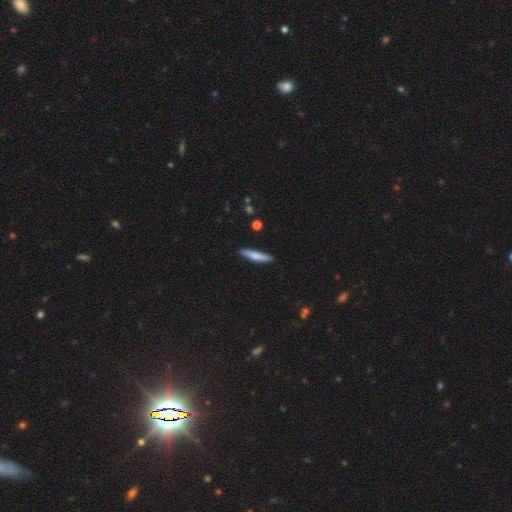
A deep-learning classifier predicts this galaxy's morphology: type=smooth (69%); roundness=cigar-shaped (89%); merging=none (87%).